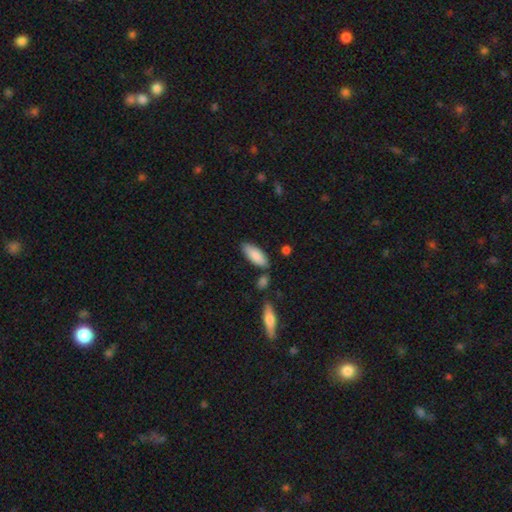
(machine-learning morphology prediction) smooth_or_featured: smooth (p=0.86) [alt: featured or disk p=0.08]
how_rounded: in between (p=0.78) [alt: cigar-shaped p=0.21]
merging: none (p=0.77) [alt: minor disturbance p=0.14]